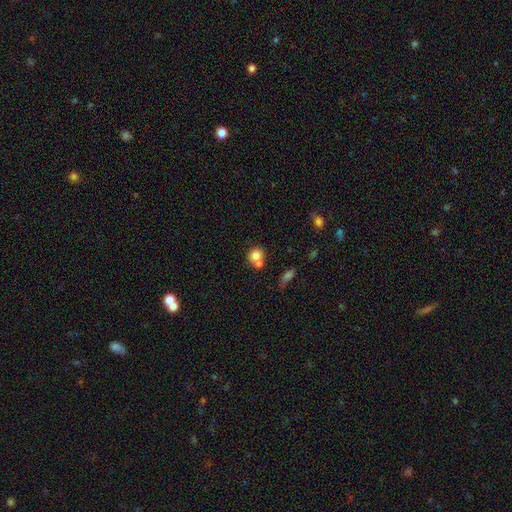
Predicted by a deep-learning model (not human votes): smooth_or_featured: smooth (p=0.78) [alt: featured or disk p=0.12]
how_rounded: round (p=0.77) [alt: in between p=0.22]
merging: merger (p=0.46) [alt: none p=0.40]